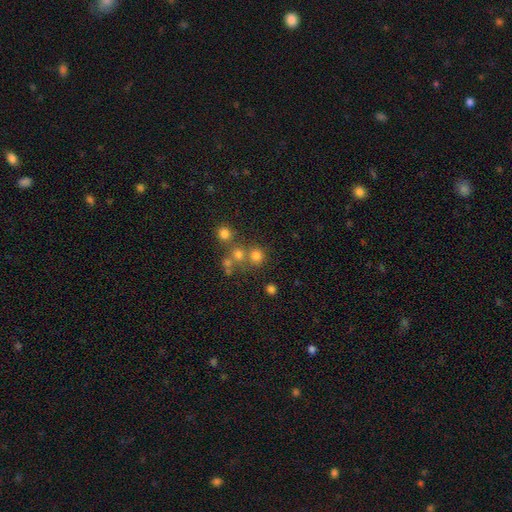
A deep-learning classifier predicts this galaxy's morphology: smooth_or_featured: smooth (p=0.71) [alt: star or artifact p=0.18]
how_rounded: round (p=0.88) [alt: in between p=0.11]
merging: none (p=0.62) [alt: merger p=0.26]